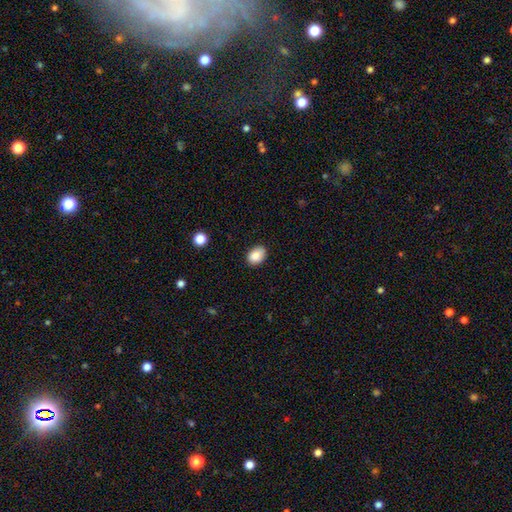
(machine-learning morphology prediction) Smooth or featured? smooth (87%)
How rounded? in between (75%)
Merging? none (82%)